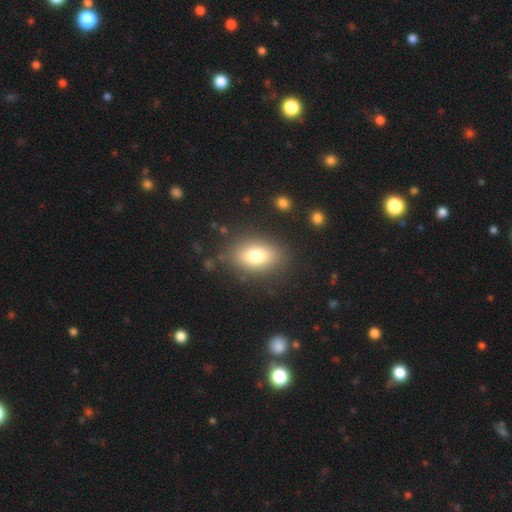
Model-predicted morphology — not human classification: Smooth or featured: smooth — 74% (featured or disk — 16%)
How rounded: in between — 79% (round — 18%)
Merging: none — 83% (minor disturbance — 11%)